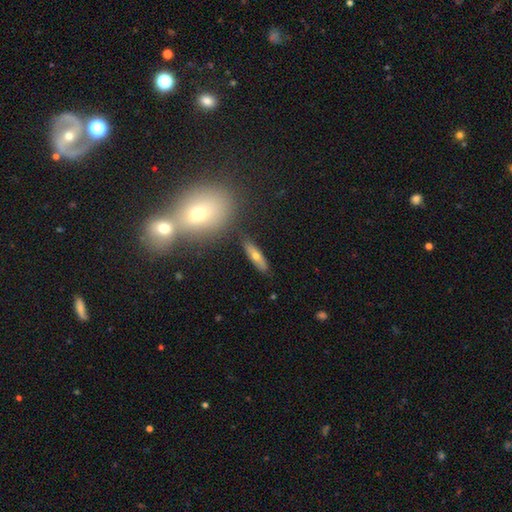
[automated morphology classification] Smooth or featured?
  - smooth: 53% *
  - featured or disk: 38%
  - star or artifact: 9%
How rounded?
  - cigar-shaped: 61% *
  - in between: 34%
  - round: 5%
Merging?
  - none: 83% *
  - minor disturbance: 10%
  - merger: 4%
  - major disturbance: 3%